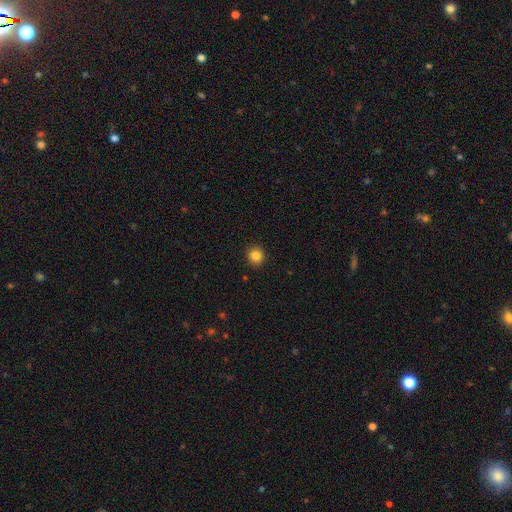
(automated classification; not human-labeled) Smooth or featured? Predicted: smooth (p=0.85). How rounded? Predicted: round (p=0.89). Merging? Predicted: none (p=0.92).